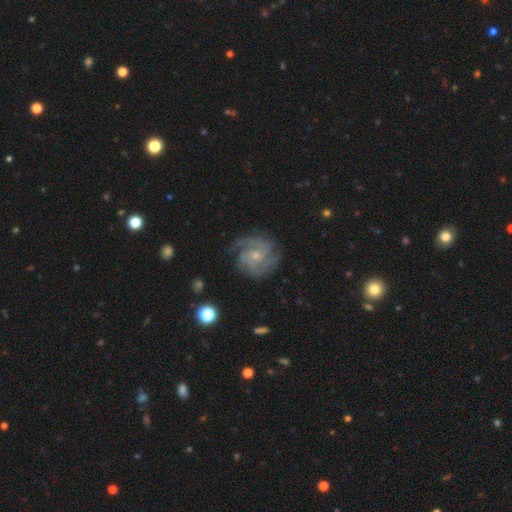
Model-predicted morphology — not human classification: smooth-or-featured: featured or disk: 87% | smooth: 7% | star or artifact: 6%
  disk-edge-on: no: 98% | yes: 2%
    bar: no: 69% | weak: 27% | strong: 5%
    has-spiral-arms: yes: 97% | no: 3%
      spiral-winding: tight: 52% | medium: 40% | loose: 8%
      spiral-arm-count: 3: 37% | 4: 20% | can't tell: 16% | 2: 14% | more than 4: 7% | 1: 6%
    bulge-size: small: 74% | moderate: 21% | none: 3% | large: 1% | dominant: 1%
  merging: none: 78% | minor disturbance: 15% | major disturbance: 6% | merger: 1%